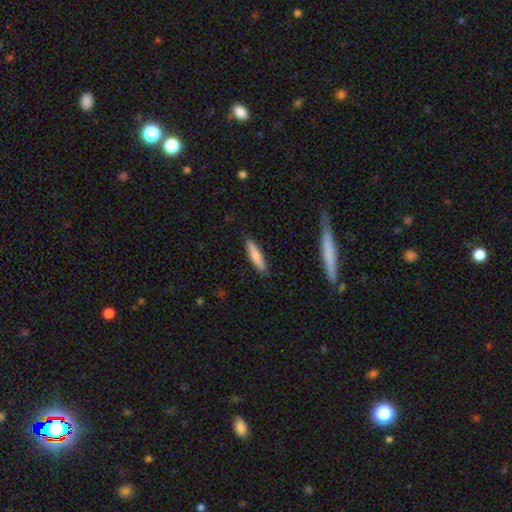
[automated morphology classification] Q: Smooth or featured?
A: smooth (79%); runner-up: featured or disk (15%)
Q: How rounded?
A: cigar-shaped (79%); runner-up: in between (19%)
Q: Merging?
A: none (88%); runner-up: minor disturbance (9%)